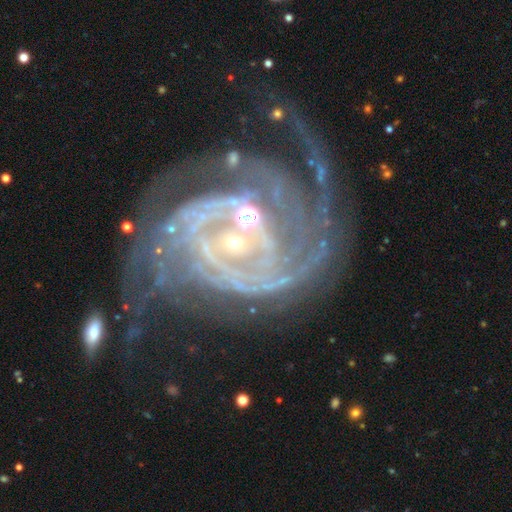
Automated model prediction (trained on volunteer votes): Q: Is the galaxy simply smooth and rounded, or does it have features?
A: featured or disk — 91%.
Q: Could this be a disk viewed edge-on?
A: no — 98%.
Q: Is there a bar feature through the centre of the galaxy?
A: no — 55%.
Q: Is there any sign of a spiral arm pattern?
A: yes — 97%.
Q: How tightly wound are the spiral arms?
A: tight — 62%.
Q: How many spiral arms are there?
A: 2 — 26%.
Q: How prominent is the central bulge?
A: small — 67%.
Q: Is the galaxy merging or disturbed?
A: none — 48%.